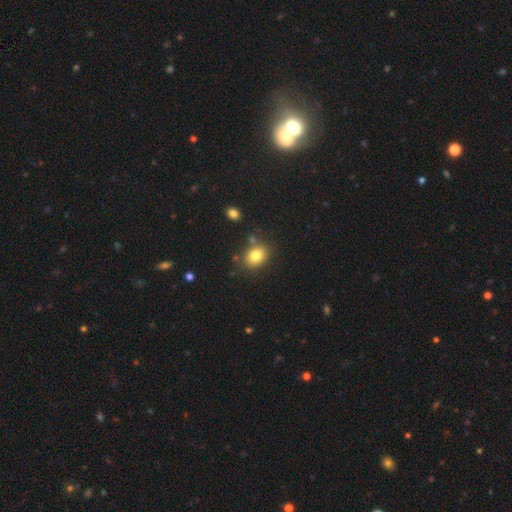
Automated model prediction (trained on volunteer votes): Morphology: type=smooth (81%); roundness=in between (61%); merging=none (76%).